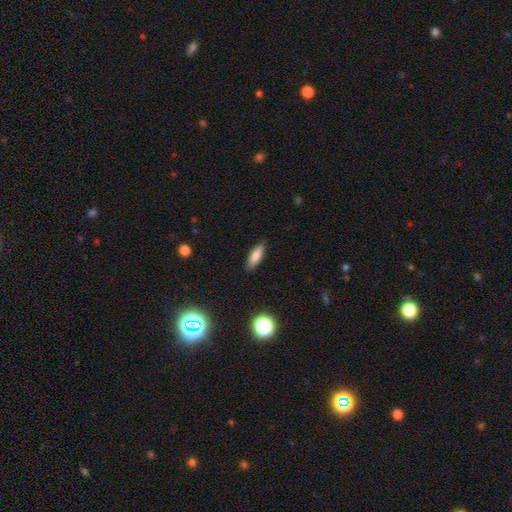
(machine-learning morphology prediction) Smooth or featured?
  - smooth: 80% *
  - featured or disk: 12%
  - star or artifact: 9%
How rounded?
  - in between: 57% *
  - cigar-shaped: 40%
  - round: 3%
Merging?
  - none: 87% *
  - minor disturbance: 10%
  - major disturbance: 2%
  - merger: 1%